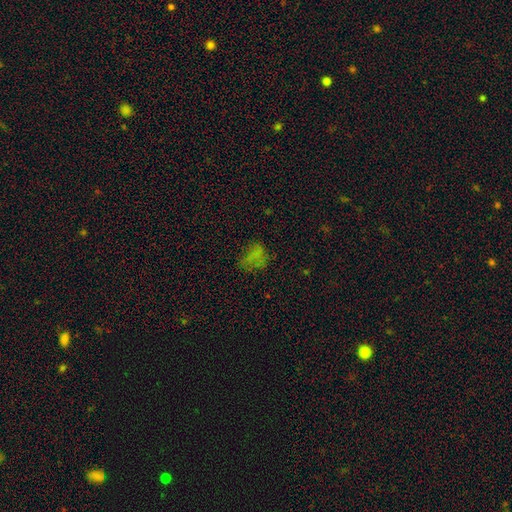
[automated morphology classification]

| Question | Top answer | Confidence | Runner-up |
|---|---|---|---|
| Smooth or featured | smooth | 56% | star or artifact (28%) |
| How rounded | in between | 64% | round (33%) |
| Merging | none | 48% | major disturbance (25%) |